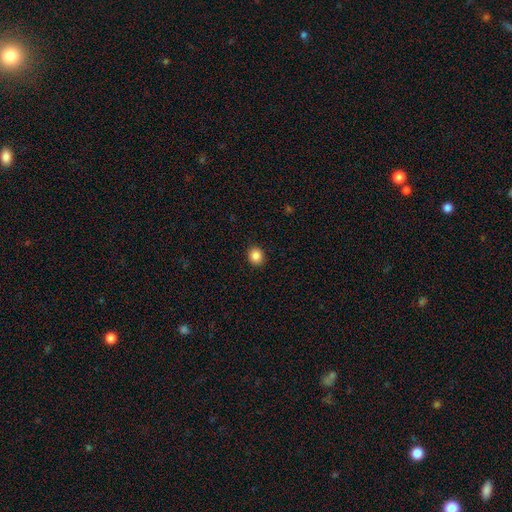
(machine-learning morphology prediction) smooth 86%, star or artifact 10%, featured or disk 4%. Down the decision tree: how rounded — round (77%); merging — none (91%).